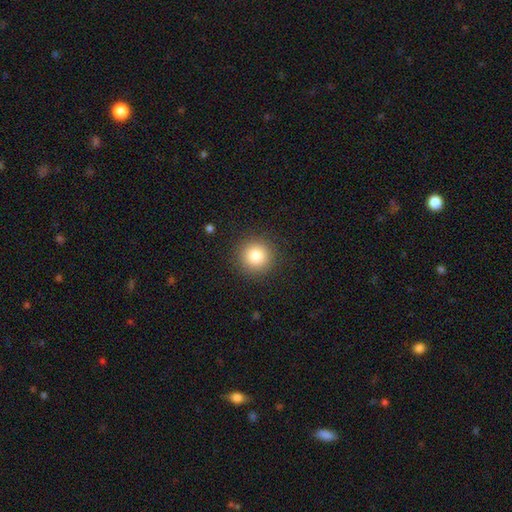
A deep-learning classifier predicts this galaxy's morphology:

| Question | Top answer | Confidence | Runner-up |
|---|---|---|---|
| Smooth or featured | smooth | 83% | star or artifact (11%) |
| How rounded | round | 95% | in between (4%) |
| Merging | none | 91% | minor disturbance (6%) |